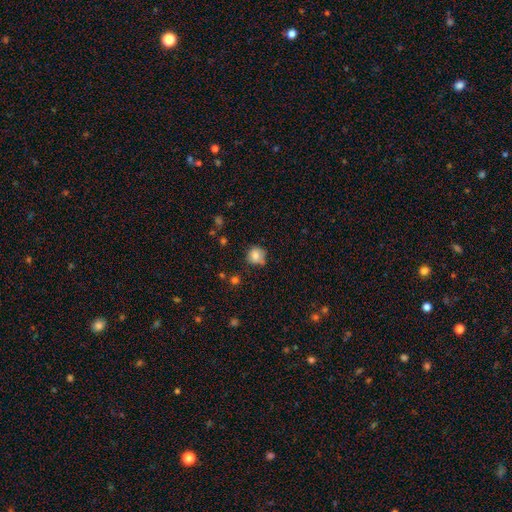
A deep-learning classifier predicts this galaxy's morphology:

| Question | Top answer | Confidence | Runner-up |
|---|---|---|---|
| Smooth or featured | smooth | 80% | star or artifact (10%) |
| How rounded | round | 85% | in between (14%) |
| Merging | none | 64% | minor disturbance (26%) |